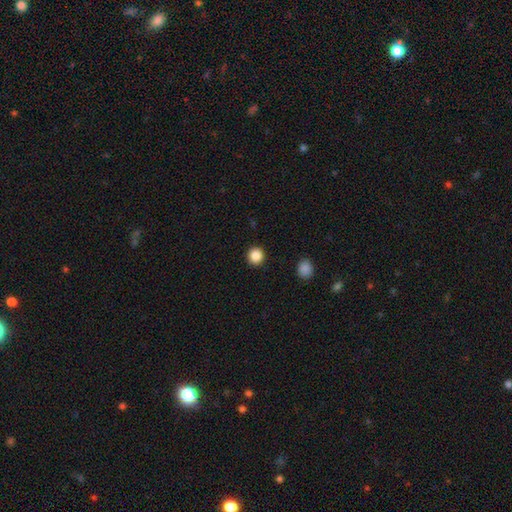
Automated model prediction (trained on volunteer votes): Overall: smooth (87%). How rounded: round (94%). Merging: none (93%).